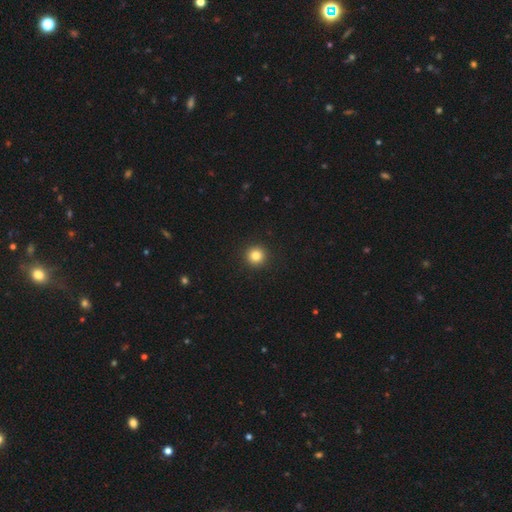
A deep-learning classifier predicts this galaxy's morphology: Smooth or featured: smooth — 83% (star or artifact — 11%)
How rounded: round — 95% (in between — 4%)
Merging: none — 93% (minor disturbance — 4%)